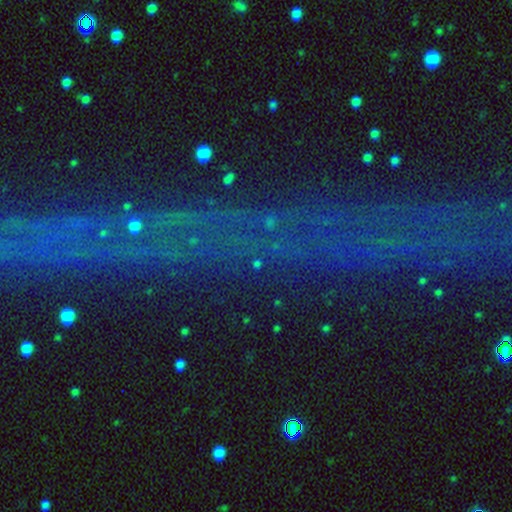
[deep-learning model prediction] Smooth or featured? Predicted: star or artifact (p=0.73).